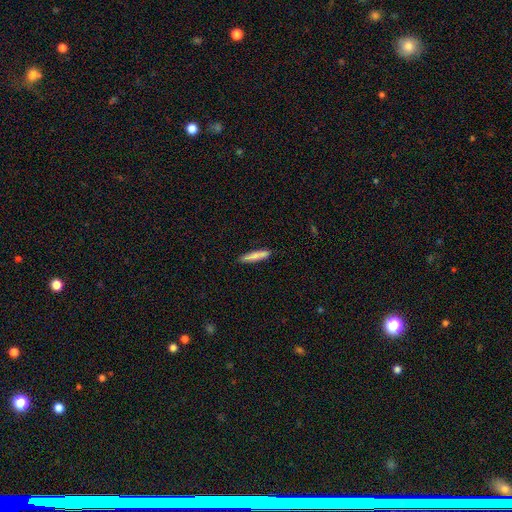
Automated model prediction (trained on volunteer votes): smooth 75%, featured or disk 19%, star or artifact 6%. Down the decision tree: how rounded — cigar-shaped (89%); merging — none (87%).